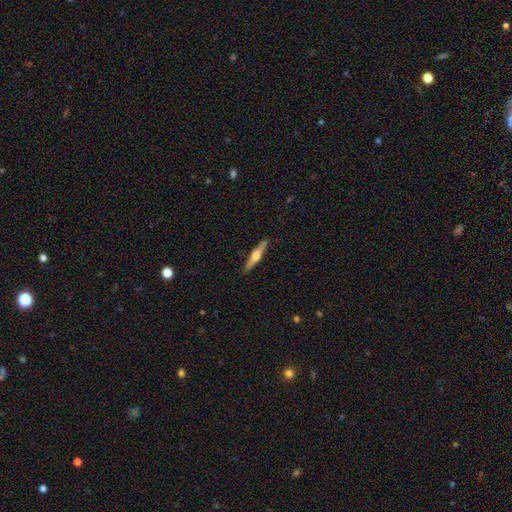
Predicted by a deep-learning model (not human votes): The model was most divided on "smooth or featured": featured or disk: 61%, smooth: 34%, star or artifact: 5%. More confident: edge-on disk — yes (97%); edge-on bulge — rounded (90%); merging — none (89%).